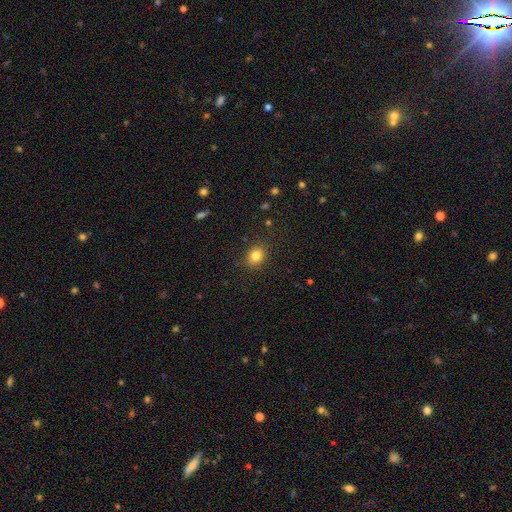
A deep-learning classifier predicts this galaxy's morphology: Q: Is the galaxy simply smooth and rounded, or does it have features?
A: smooth — 82%.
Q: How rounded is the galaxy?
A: round — 55%.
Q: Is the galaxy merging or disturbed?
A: none — 86%.